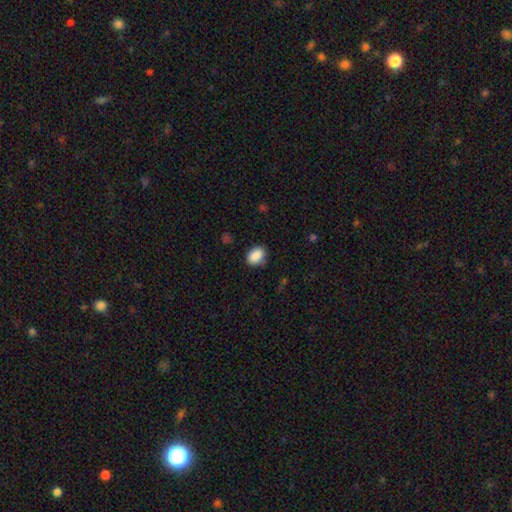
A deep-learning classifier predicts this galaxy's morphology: smooth_or_featured: smooth (p=0.89) [alt: star or artifact p=0.08]
how_rounded: in between (p=0.70) [alt: round p=0.29]
merging: none (p=0.83) [alt: minor disturbance p=0.13]